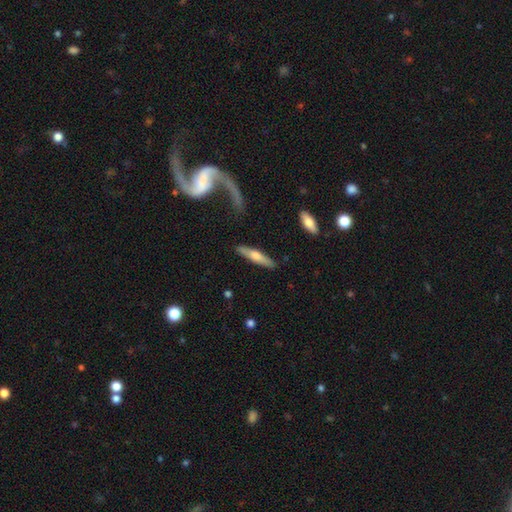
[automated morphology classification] Smooth or featured: smooth — 53% (featured or disk — 41%)
How rounded: cigar-shaped — 84% (in between — 14%)
Merging: none — 87% (minor disturbance — 9%)